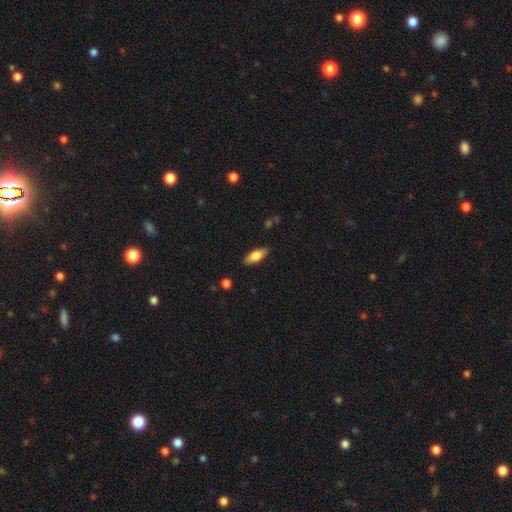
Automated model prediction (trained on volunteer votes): This appears to be a smooth galaxy with no disk features (75%) that is in between round and cigar-shaped (78%). Merging: none (86%).